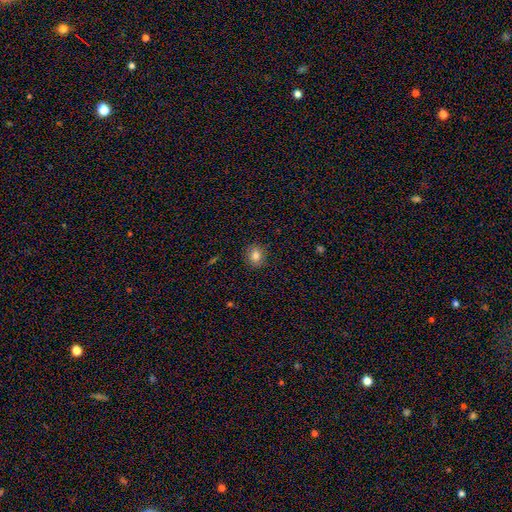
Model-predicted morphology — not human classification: A smooth galaxy with no disk features (81%) that is round (78%).

Vote fractions:
- Smooth or featured? smooth: 81% / star or artifact: 11% / featured or disk: 8%
- How rounded? round: 78% / in between: 21% / cigar-shaped: 1%
- Merging? none: 89% / minor disturbance: 8% / major disturbance: 2% / merger: 1%